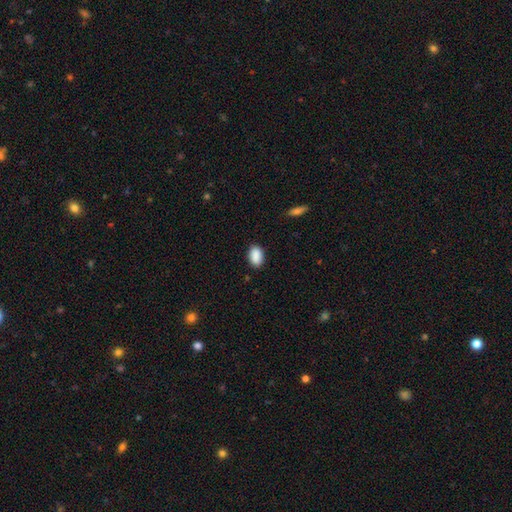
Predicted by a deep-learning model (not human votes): smooth_or_featured: smooth (p=0.90) [alt: star or artifact p=0.07]
how_rounded: in between (p=0.90) [alt: round p=0.08]
merging: none (p=0.87) [alt: minor disturbance p=0.10]